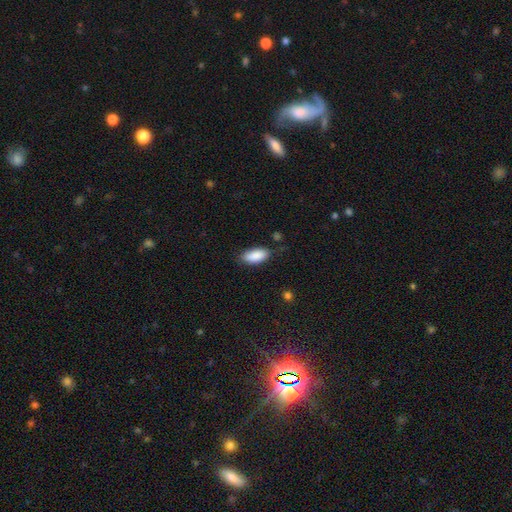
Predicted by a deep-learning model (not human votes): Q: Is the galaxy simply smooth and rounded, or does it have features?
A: smooth — 89%.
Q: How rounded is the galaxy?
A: in between — 90%.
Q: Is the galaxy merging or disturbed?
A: none — 74%.